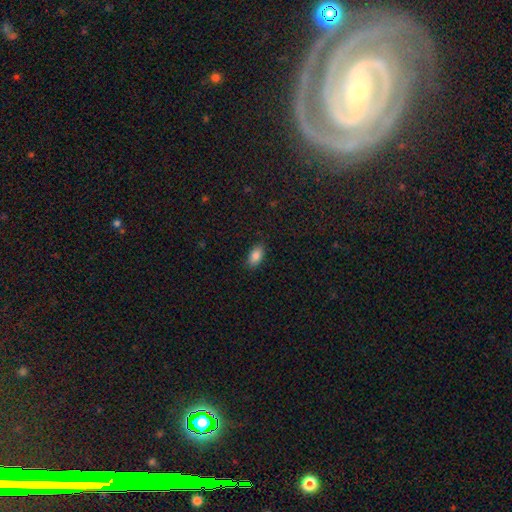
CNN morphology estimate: smooth_or_featured: smooth (p=0.87) [alt: star or artifact p=0.08]
how_rounded: in between (p=0.91) [alt: cigar-shaped p=0.05]
merging: none (p=0.87) [alt: minor disturbance p=0.10]